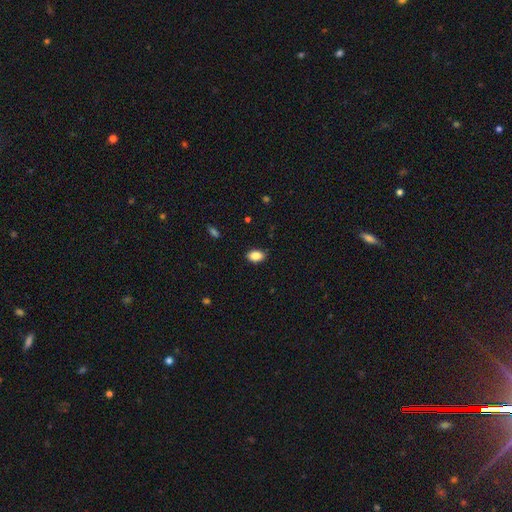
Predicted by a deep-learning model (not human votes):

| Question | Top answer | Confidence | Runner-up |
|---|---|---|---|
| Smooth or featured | smooth | 86% | star or artifact (8%) |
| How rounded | in between | 86% | round (12%) |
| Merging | none | 88% | minor disturbance (9%) |